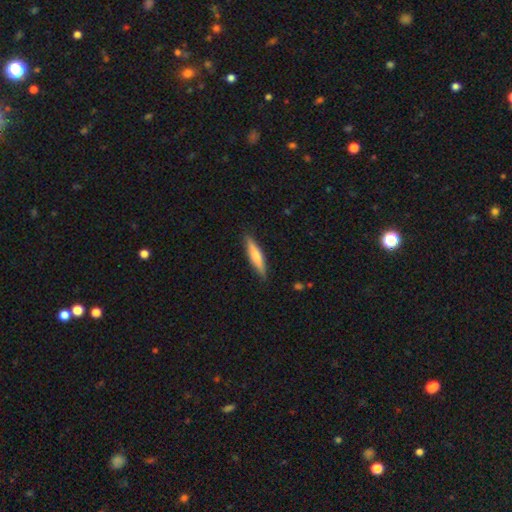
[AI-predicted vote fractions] Morphology: type=smooth (61%); roundness=cigar-shaped (85%); merging=none (88%).